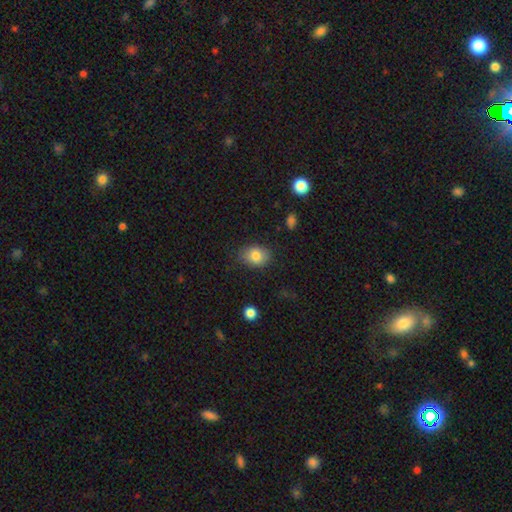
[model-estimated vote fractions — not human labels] Overall: smooth (82%). How rounded: in between (62%; round 37%). Merging: none (80%).